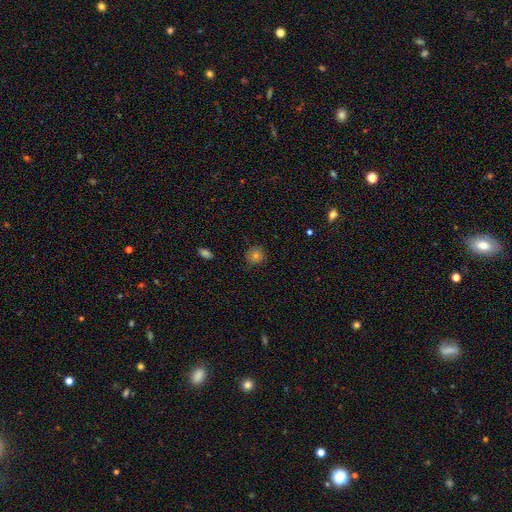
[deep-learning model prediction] Smooth or featured? smooth (69%)
How rounded? round (91%)
Merging? none (83%)